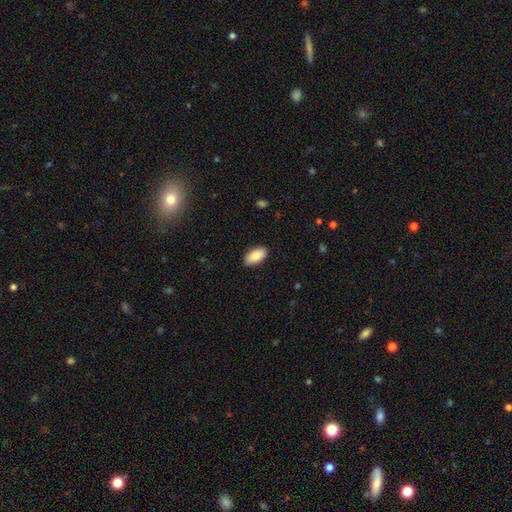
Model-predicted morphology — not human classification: This is clearly a smooth galaxy (86%). How rounded: clearly in between (93%). Merging: clearly none (85%).